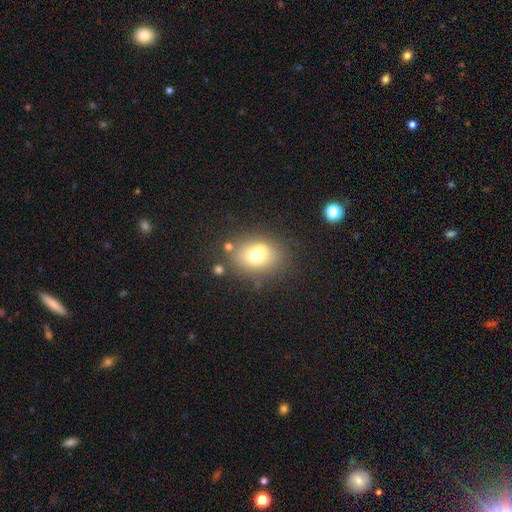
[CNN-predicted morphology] A smooth galaxy with no disk features (62%) that is round (60%).

Vote fractions:
- Smooth or featured? smooth: 62% / featured or disk: 23% / star or artifact: 15%
- How rounded? round: 60% / in between: 39% / cigar-shaped: 1%
- Merging? none: 47% / merger: 39% / minor disturbance: 9% / major disturbance: 5%